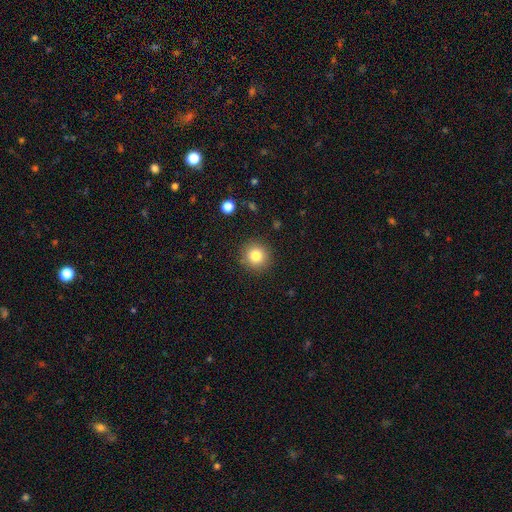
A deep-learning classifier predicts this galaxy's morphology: Overall: smooth (82%). How rounded: round (93%). Merging: none (89%).